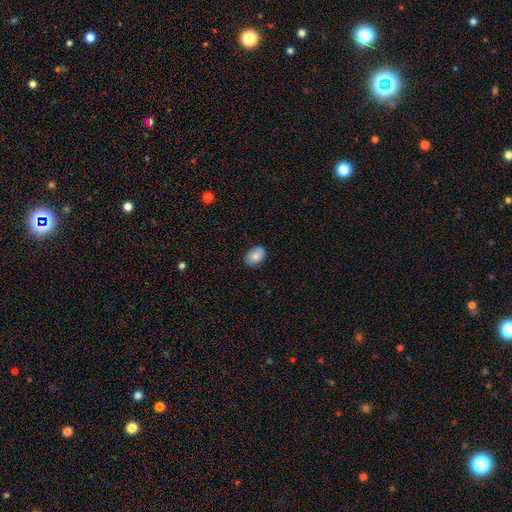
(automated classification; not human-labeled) A smooth galaxy with no disk features (81%) that is in between round and cigar-shaped (82%). Merging: none (80%).